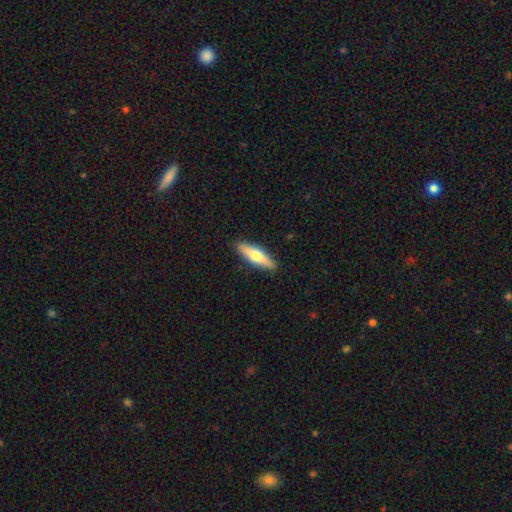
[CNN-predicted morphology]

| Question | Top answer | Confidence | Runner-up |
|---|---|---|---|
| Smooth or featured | smooth | 60% | featured or disk (35%) |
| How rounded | cigar-shaped | 62% | in between (36%) |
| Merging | none | 90% | minor disturbance (7%) |